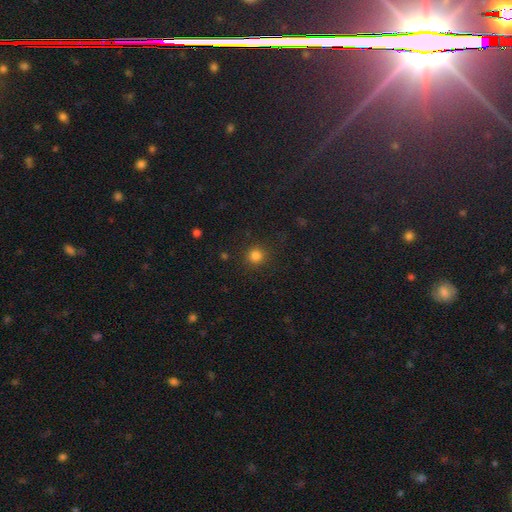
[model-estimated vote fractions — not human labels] This is clearly a smooth galaxy (82%). How rounded: clearly round (92%). Merging: clearly none (88%).